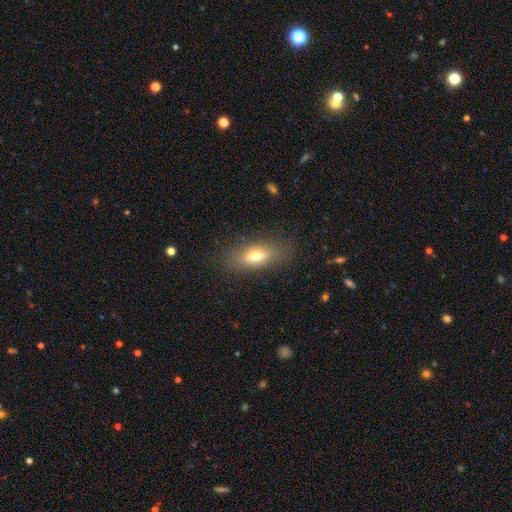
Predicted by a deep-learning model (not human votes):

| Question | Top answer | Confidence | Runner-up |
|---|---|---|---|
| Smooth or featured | smooth | 71% | featured or disk (19%) |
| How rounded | in between | 77% | cigar-shaped (17%) |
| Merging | none | 82% | minor disturbance (12%) |